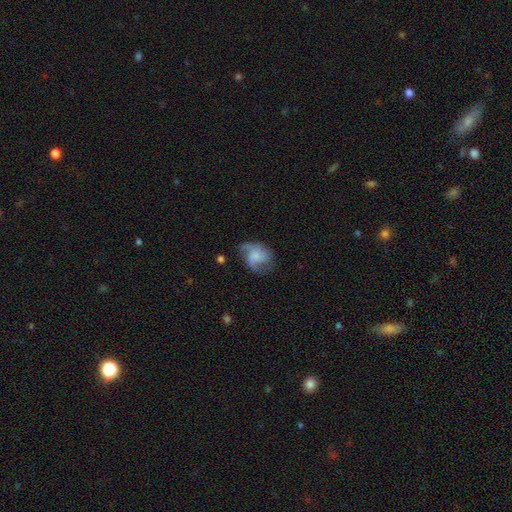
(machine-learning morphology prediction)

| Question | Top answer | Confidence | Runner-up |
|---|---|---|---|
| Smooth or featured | featured or disk | 54% | smooth (37%) |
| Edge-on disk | no | 98% | yes (2%) |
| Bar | no | 71% | weak (25%) |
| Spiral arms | yes | 83% | no (17%) |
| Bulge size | small | 36% | none (31%) |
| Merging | none | 48% | minor disturbance (26%) |